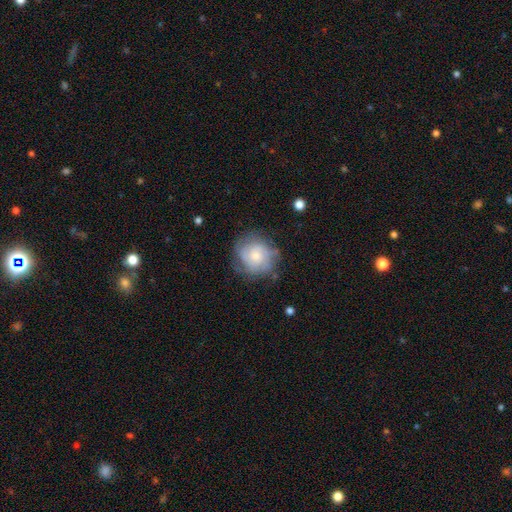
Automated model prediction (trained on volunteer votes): Morphology: type=featured or disk (58%); edge-on=no (98%); bar=no (79%); spiral arms=yes (81%); bulge=small (52%); merging=none (68%).